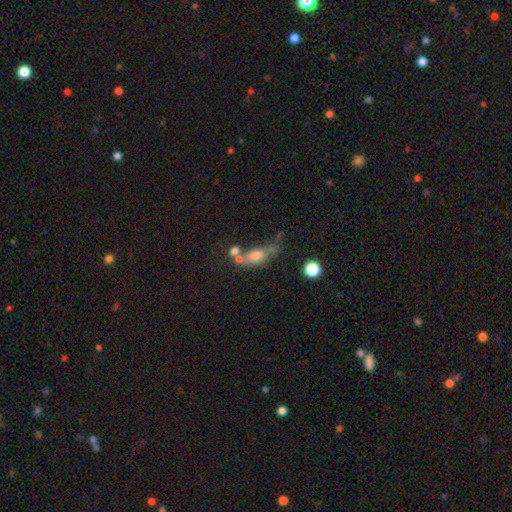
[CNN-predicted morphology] smooth-or-featured: smooth: 61% | featured or disk: 24% | star or artifact: 14%
  how-rounded: in between: 63% | cigar-shaped: 19% | round: 19%
  merging: none: 39% | merger: 31% | minor disturbance: 18% | major disturbance: 12%